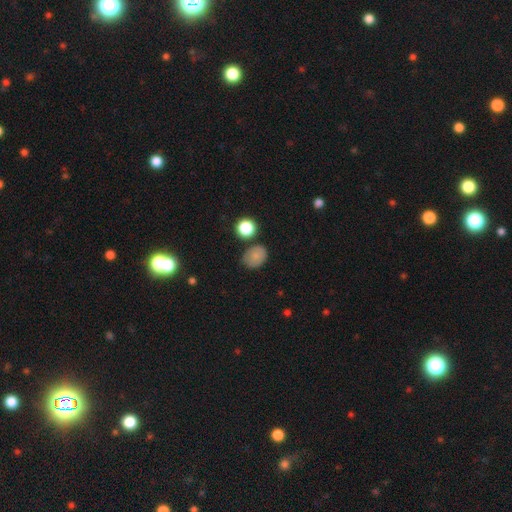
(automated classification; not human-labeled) Smooth or featured? Predicted: smooth (p=0.79). How rounded? Predicted: in between (p=0.55). Merging? Predicted: none (p=0.68).